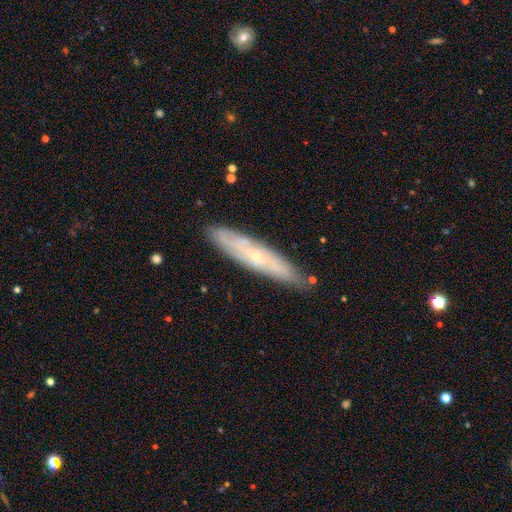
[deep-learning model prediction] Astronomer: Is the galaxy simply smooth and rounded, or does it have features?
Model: featured or disk — 59%.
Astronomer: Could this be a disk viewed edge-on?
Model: yes — 56% (runner-up: no, 44%).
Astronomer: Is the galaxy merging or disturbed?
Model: none — 84%.